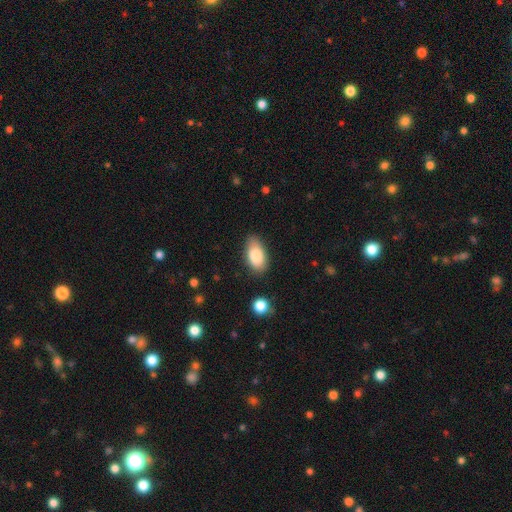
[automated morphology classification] Smooth or featured?
  - smooth: 83% *
  - featured or disk: 10%
  - star or artifact: 7%
How rounded?
  - in between: 93% *
  - round: 4%
  - cigar-shaped: 3%
Merging?
  - none: 75% *
  - minor disturbance: 19%
  - major disturbance: 4%
  - merger: 2%